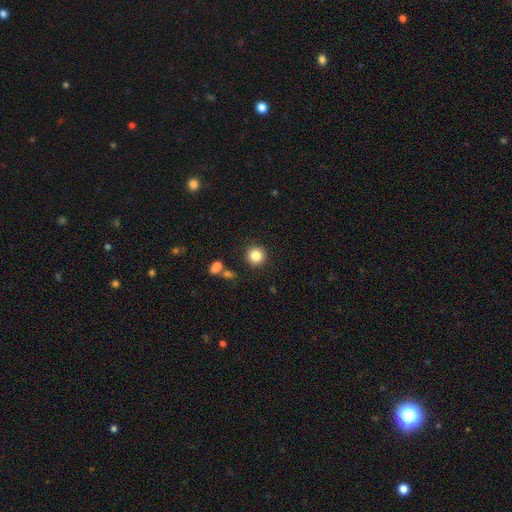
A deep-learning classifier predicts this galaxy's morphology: smooth_or_featured: smooth (p=0.84) [alt: star or artifact p=0.11]
how_rounded: round (p=0.94) [alt: in between p=0.05]
merging: none (p=0.89) [alt: minor disturbance p=0.06]